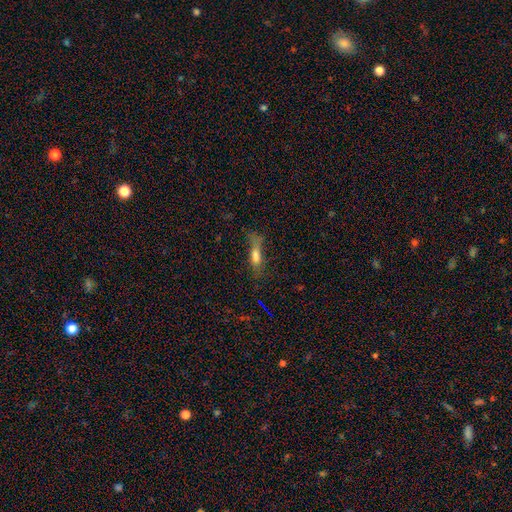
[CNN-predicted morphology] A smooth galaxy with no disk features (62%) that is cigar-shaped (64%). Merging: none (52%).